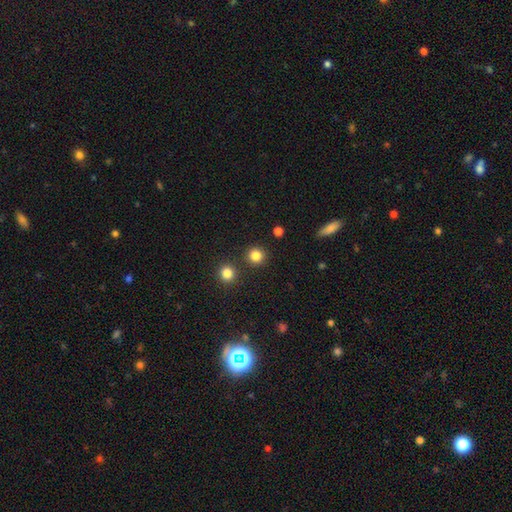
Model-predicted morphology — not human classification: The model was most divided on "smooth or featured": smooth: 83%, star or artifact: 13%, featured or disk: 4%. More confident: how rounded — round (93%); merging — none (88%).